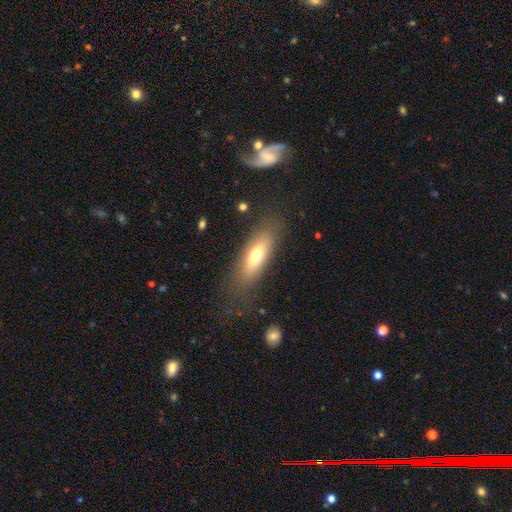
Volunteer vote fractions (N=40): Smooth or featured? 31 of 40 (78%) said smooth. How rounded? 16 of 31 (52%) said cigar-shaped. Merging? 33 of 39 (85%) said none.